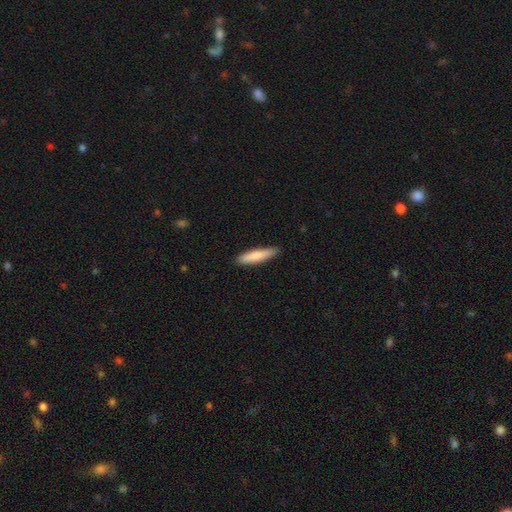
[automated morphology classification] This appears to be a smooth galaxy with no disk features (82%) that is cigar-shaped (82%). Merging: none (88%).